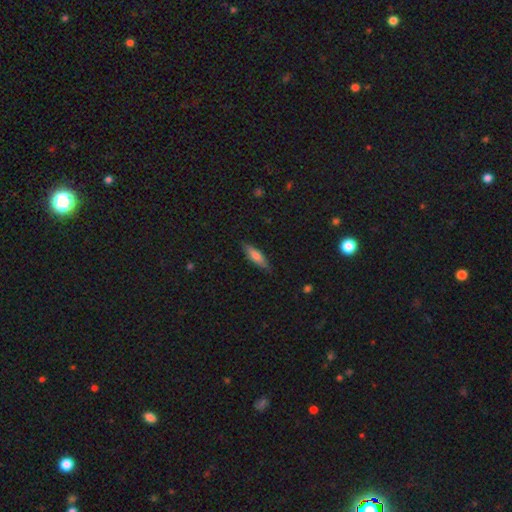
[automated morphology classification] smooth-or-featured: smooth: 67% | featured or disk: 26% | star or artifact: 7%
  how-rounded: cigar-shaped: 69% | in between: 29% | round: 2%
  merging: none: 85% | minor disturbance: 11% | major disturbance: 2% | merger: 1%